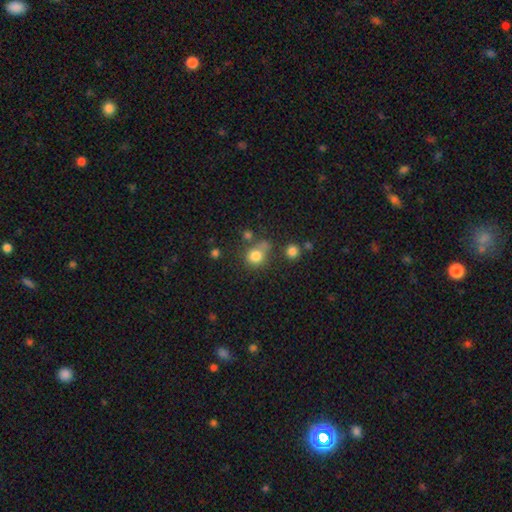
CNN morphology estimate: Q: Smooth or featured?
A: smooth (80%); runner-up: star or artifact (13%)
Q: How rounded?
A: round (79%); runner-up: in between (20%)
Q: Merging?
A: none (57%); runner-up: minor disturbance (17%)